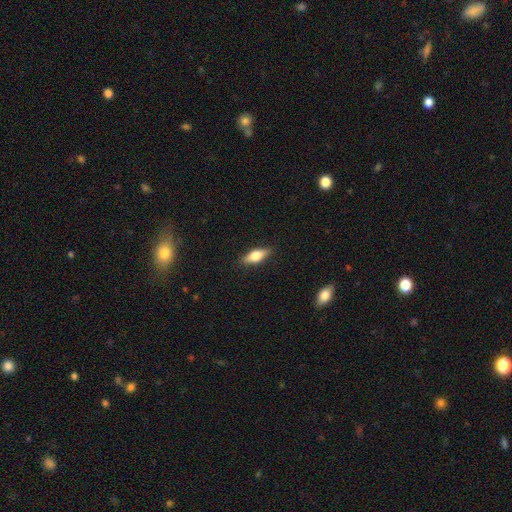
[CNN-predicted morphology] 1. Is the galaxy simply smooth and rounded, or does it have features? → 59% smooth, 35% featured or disk, 7% star or artifact.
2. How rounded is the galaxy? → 65% in between, 32% cigar-shaped, 4% round.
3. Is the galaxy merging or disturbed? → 88% none, 9% minor disturbance, 2% major disturbance, 1% merger.